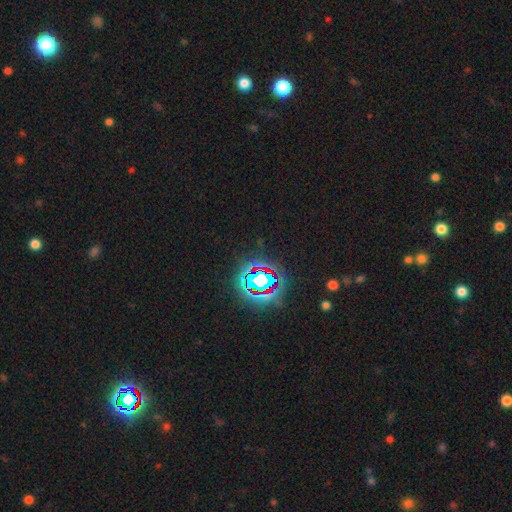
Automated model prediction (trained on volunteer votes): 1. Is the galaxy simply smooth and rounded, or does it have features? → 81% star or artifact, 11% smooth, 8% featured or disk.